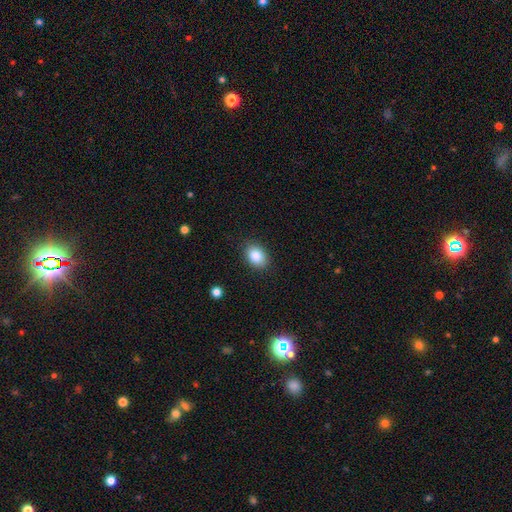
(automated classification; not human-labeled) This appears to be a smooth galaxy with no disk features (85%) that is in between round and cigar-shaped (74%). Merging: none (86%).